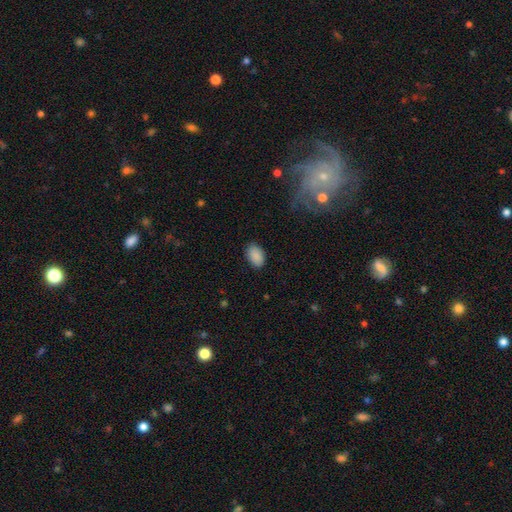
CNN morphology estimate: Smooth or featured: smooth — 89% (star or artifact — 7%)
How rounded: in between — 90% (round — 9%)
Merging: none — 84% (minor disturbance — 12%)